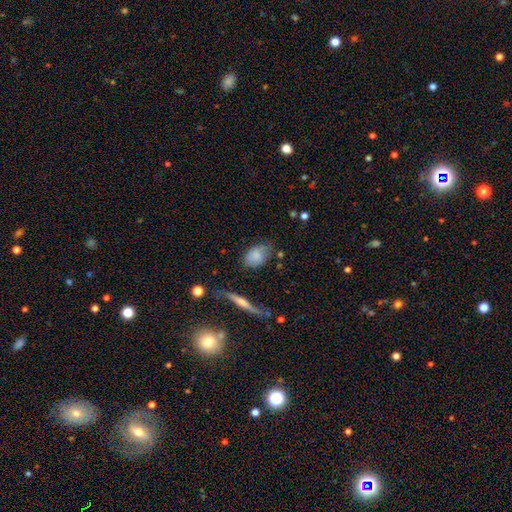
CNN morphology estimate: smooth_or_featured: smooth (p=0.78) [alt: featured or disk p=0.14]
how_rounded: in between (p=0.85) [alt: round p=0.12]
merging: none (p=0.60) [alt: minor disturbance p=0.28]